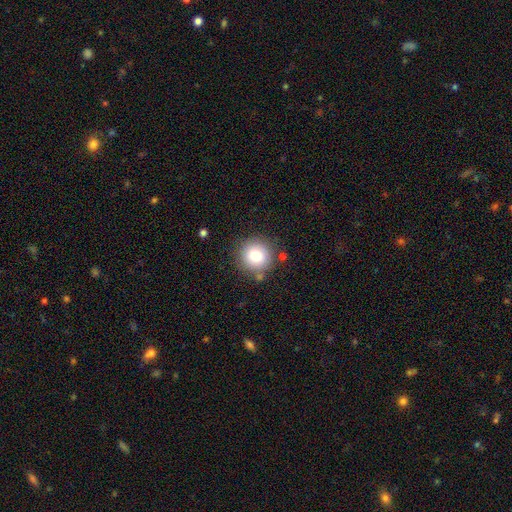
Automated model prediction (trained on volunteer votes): The model was most divided on "merging": none: 81%, minor disturbance: 11%, merger: 4%, major disturbance: 4%. More confident: how rounded — round (92%); smooth or featured — smooth (81%).